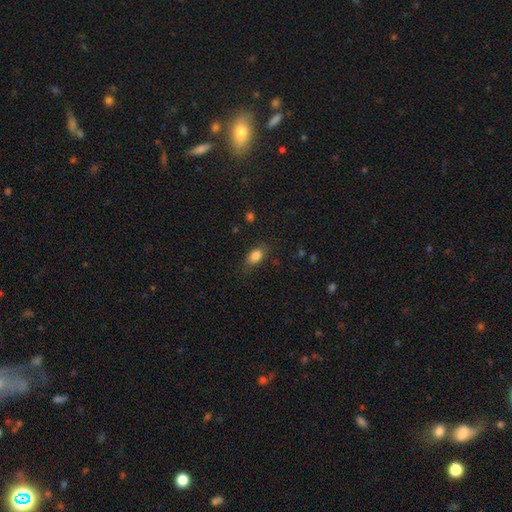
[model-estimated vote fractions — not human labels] Morphology: type=smooth (85%); roundness=in between (87%); merging=none (76%).